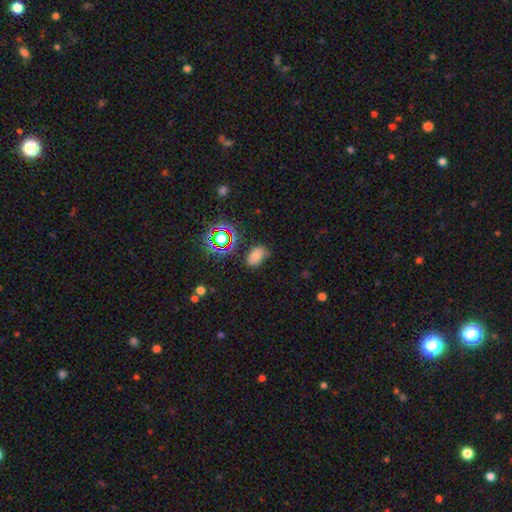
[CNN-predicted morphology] The model was most divided on "merging": none: 61%, minor disturbance: 27%, major disturbance: 8%, merger: 4%. More confident: how rounded — in between (85%); smooth or featured — smooth (64%).